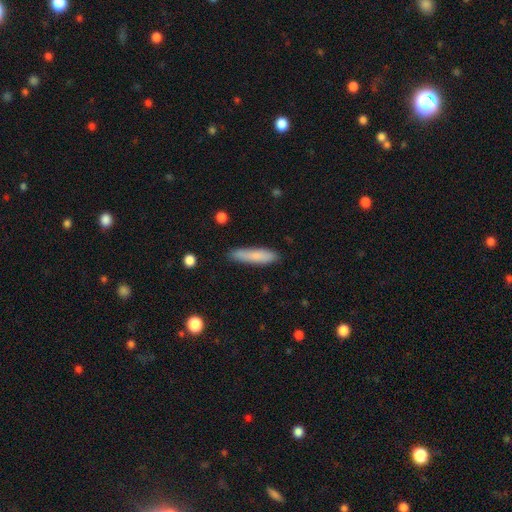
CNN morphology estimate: The model was most divided on "how rounded": cigar-shaped: 83%, in between: 16%, round: 1%. More confident: merging — none (82%); smooth or featured — smooth (81%).